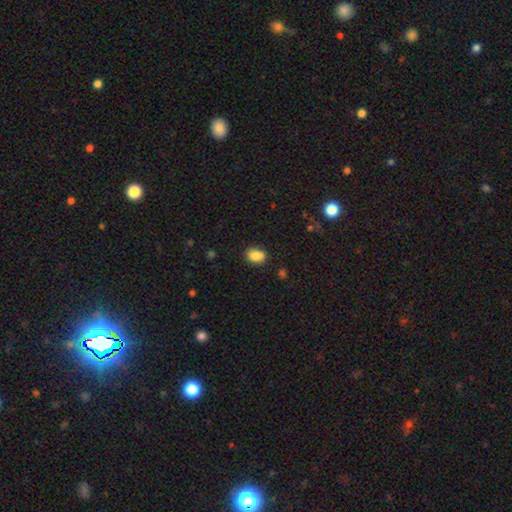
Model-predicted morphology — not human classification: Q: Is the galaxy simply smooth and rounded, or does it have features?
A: smooth — 85%.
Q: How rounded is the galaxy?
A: in between — 73%.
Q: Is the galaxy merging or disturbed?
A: none — 75%.